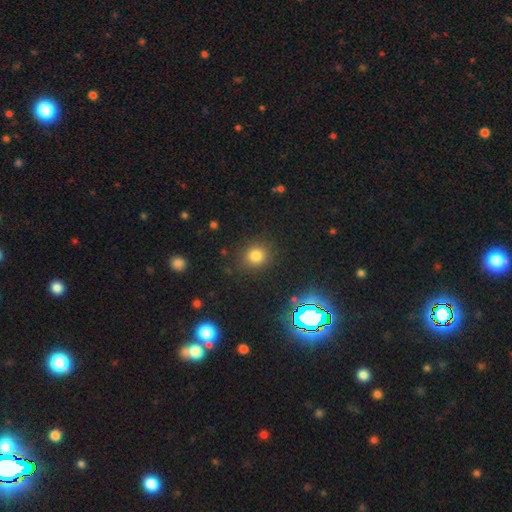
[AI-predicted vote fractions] Smooth or featured? Predicted: smooth (p=0.75). How rounded? Predicted: round (p=0.84). Merging? Predicted: none (p=0.86).